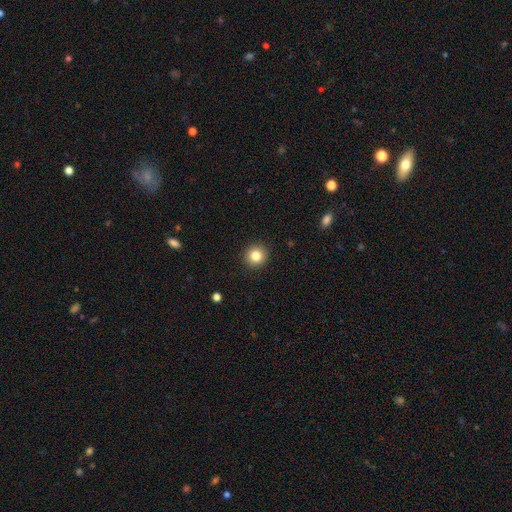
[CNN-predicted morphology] A smooth galaxy with no disk features (83%) that is round (91%). Merging: none (92%).